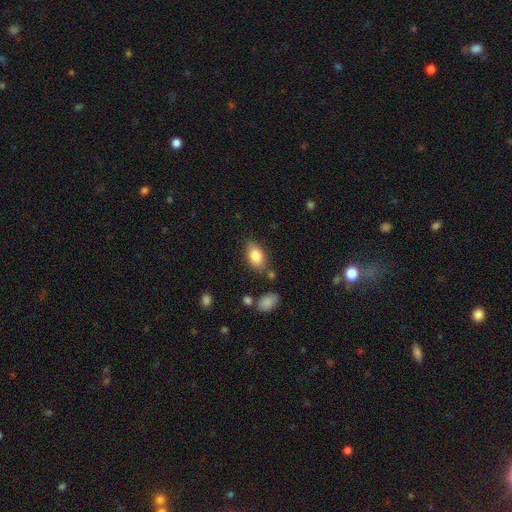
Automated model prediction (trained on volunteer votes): The model was most divided on "merging": none: 76%, minor disturbance: 15%, merger: 5%, major disturbance: 4%. More confident: how rounded — in between (88%); smooth or featured — smooth (82%).